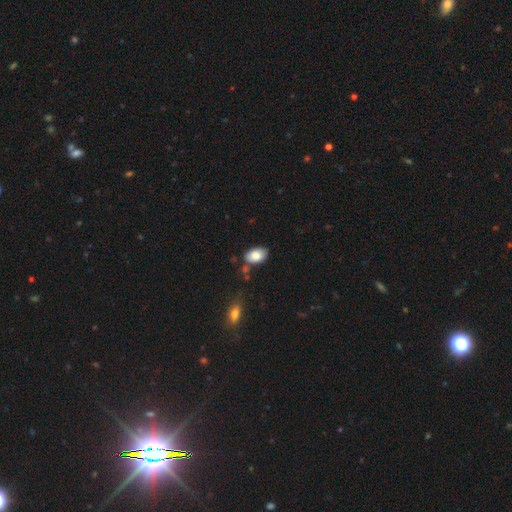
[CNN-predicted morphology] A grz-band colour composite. It shows a smooth galaxy with no disk features (83%) that is in between round and cigar-shaped (92%). Merging: none (73%).